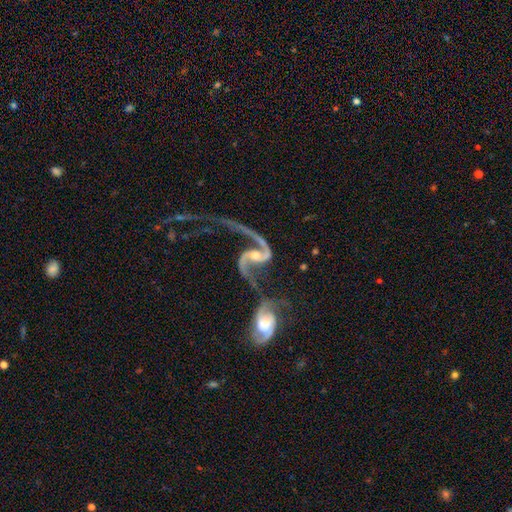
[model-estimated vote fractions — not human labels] smooth_or_featured: featured or disk (p=0.91) [alt: star or artifact p=0.05]
disk_edge_on: no (p=0.97) [alt: yes p=0.03]
bar: no (p=0.41) [alt: weak p=0.39]
has_spiral_arms: yes (p=0.96) [alt: no p=0.04]
spiral_winding: loose (p=0.70) [alt: medium p=0.24]
spiral_arm_count: 2 (p=0.90) [alt: 1 p=0.05]
bulge_size: small (p=0.44) [tied with: moderate p=0.44]
merging: merger (p=0.47) [alt: none p=0.22]